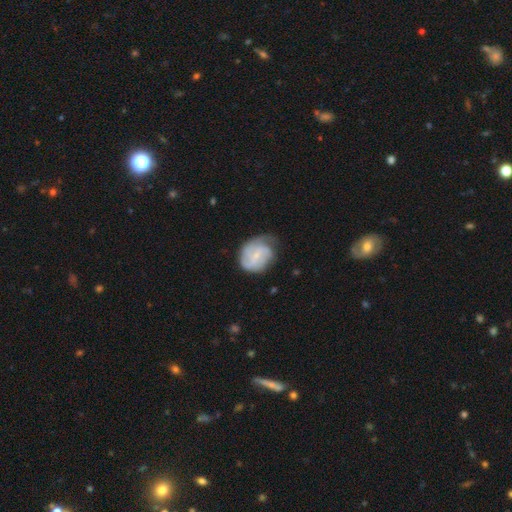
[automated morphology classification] smooth-or-featured: featured or disk: 63% | smooth: 31% | star or artifact: 6%
  disk-edge-on: no: 98% | yes: 2%
    bar: no: 53% | weak: 40% | strong: 8%
    has-spiral-arms: yes: 86% | no: 14%
      spiral-winding: tight: 40% | medium: 39% | loose: 21%
      spiral-arm-count: 2: 33% | can't tell: 32% | 3: 18% | 1: 10% | 4: 5% | more than 4: 3%
    bulge-size: small: 73% | moderate: 18% | none: 7% | large: 1% | dominant: 1%
  merging: none: 47% | minor disturbance: 33% | major disturbance: 18% | merger: 2%